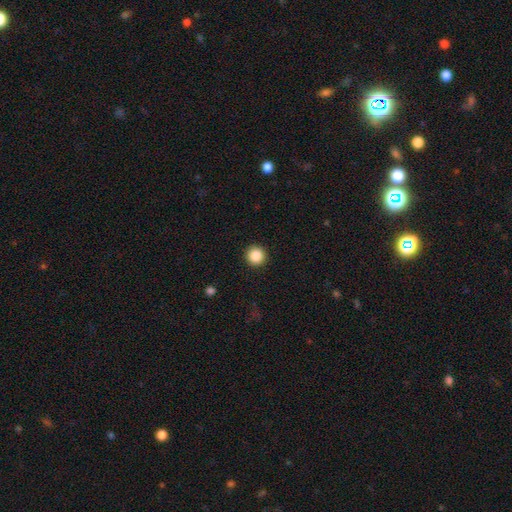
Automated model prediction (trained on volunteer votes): smooth-or-featured: smooth: 86% | star or artifact: 10% | featured or disk: 4%
  how-rounded: round: 96% | in between: 3% | cigar-shaped: 1%
  merging: none: 93% | minor disturbance: 4% | major disturbance: 2% | merger: 1%